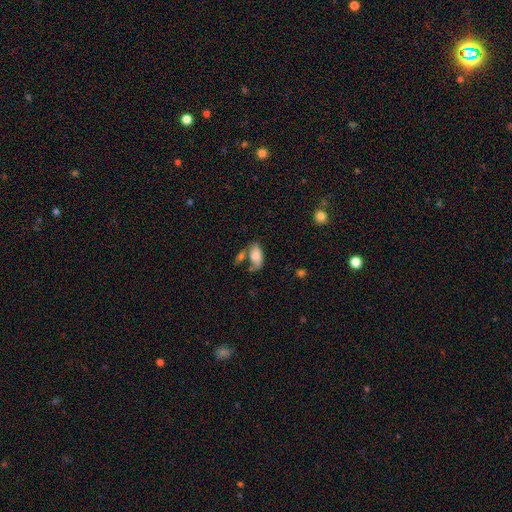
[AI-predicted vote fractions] A smooth galaxy with no disk features (79%) that is in between round and cigar-shaped (92%).

Vote fractions:
- Smooth or featured? smooth: 79% / featured or disk: 14% / star or artifact: 8%
- How rounded? in between: 92% / cigar-shaped: 4% / round: 4%
- Merging? none: 38% / merger: 28% / minor disturbance: 21% / major disturbance: 13%